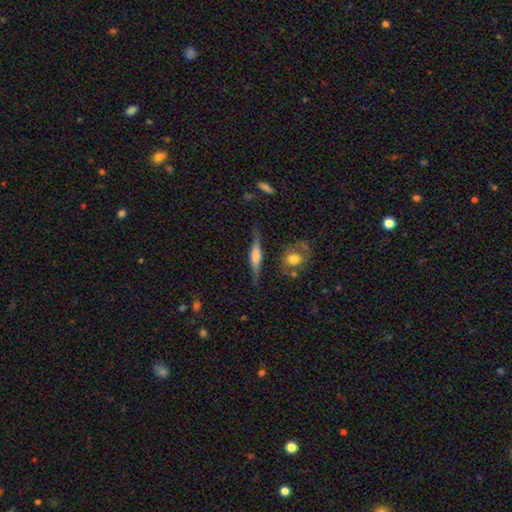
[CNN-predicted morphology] The model was most divided on "smooth or featured": featured or disk: 57%, smooth: 37%, star or artifact: 6%. More confident: edge-on disk — yes (93%); merging — none (77%); edge-on bulge — rounded (62%).